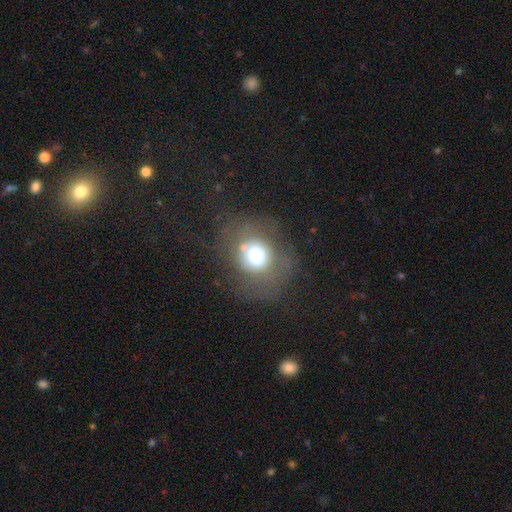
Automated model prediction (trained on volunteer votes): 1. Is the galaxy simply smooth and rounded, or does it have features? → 63% smooth, 20% featured or disk, 17% star or artifact.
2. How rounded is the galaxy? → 74% round, 25% in between, 1% cigar-shaped.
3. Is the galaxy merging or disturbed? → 59% none, 19% minor disturbance, 18% major disturbance, 5% merger.